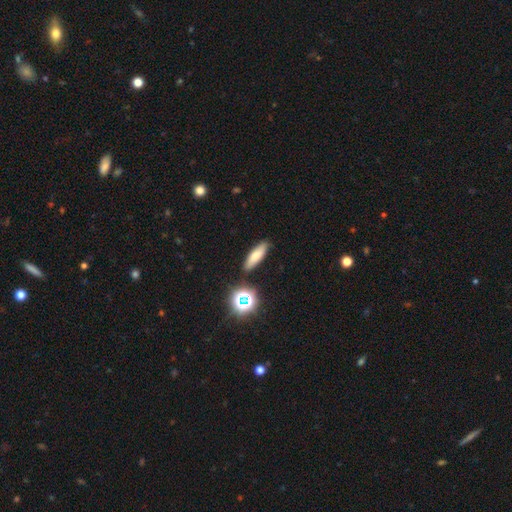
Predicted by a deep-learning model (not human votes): Overall: smooth (70%). How rounded: cigar-shaped (52%; in between 43%). Merging: none (86%).